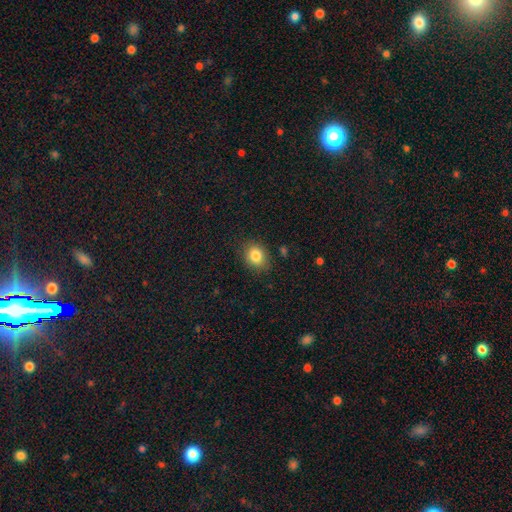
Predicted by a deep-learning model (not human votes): Smooth or featured? smooth (84%)
How rounded? round (58%)
Merging? none (84%)